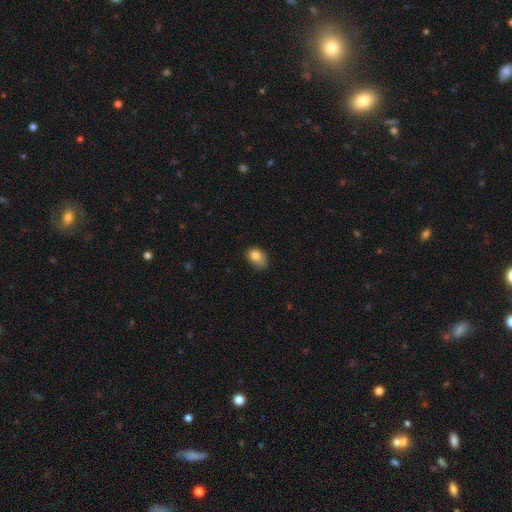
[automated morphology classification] smooth 80%, featured or disk 11%, star or artifact 10%. Down the decision tree: how rounded — in between (66%); merging — none (49%).